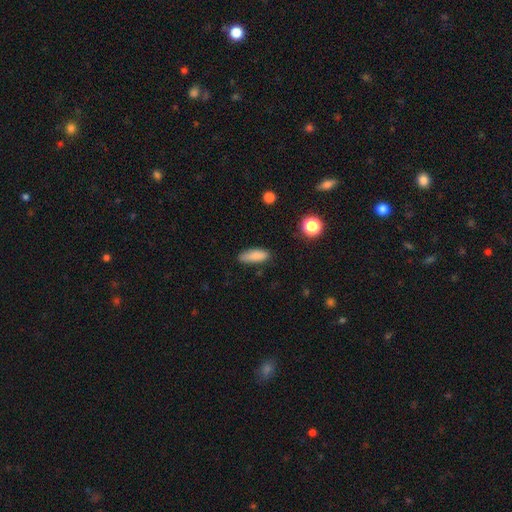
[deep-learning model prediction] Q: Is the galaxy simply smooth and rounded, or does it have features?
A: smooth — 85%.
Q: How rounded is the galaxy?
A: in between — 61%.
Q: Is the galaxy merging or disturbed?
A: none — 79%.